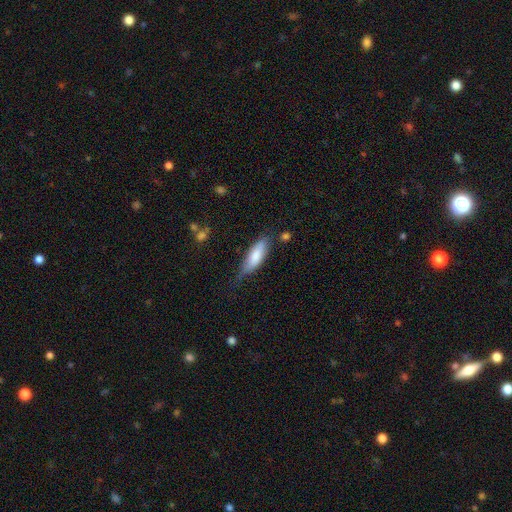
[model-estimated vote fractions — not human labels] smooth-or-featured: smooth: 77% | featured or disk: 17% | star or artifact: 6%
  how-rounded: in between: 58% | cigar-shaped: 41% | round: 2%
  merging: none: 54% | minor disturbance: 34% | major disturbance: 9% | merger: 4%